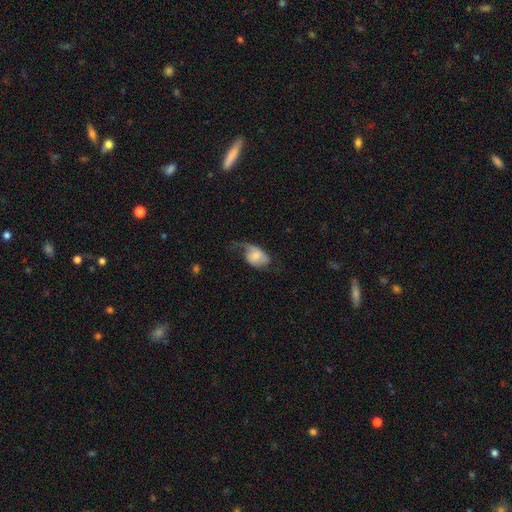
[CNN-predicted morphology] This is possibly a smooth galaxy (53%). How rounded: likely in between (79%). Merging: marginally major disturbance (43%).